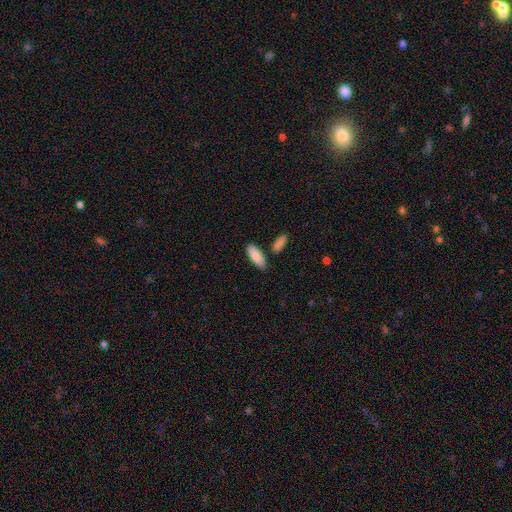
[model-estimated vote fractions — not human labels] Smooth or featured? smooth (86%)
How rounded? in between (75%)
Merging? none (78%)